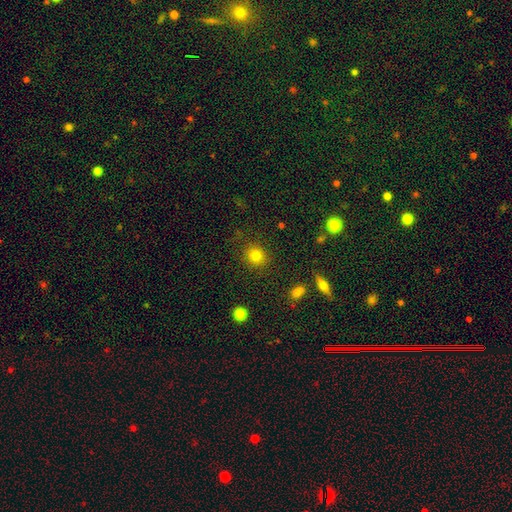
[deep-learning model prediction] Smooth or featured: smooth — 81% (star or artifact — 12%)
How rounded: round — 85% (in between — 14%)
Merging: none — 88% (minor disturbance — 8%)